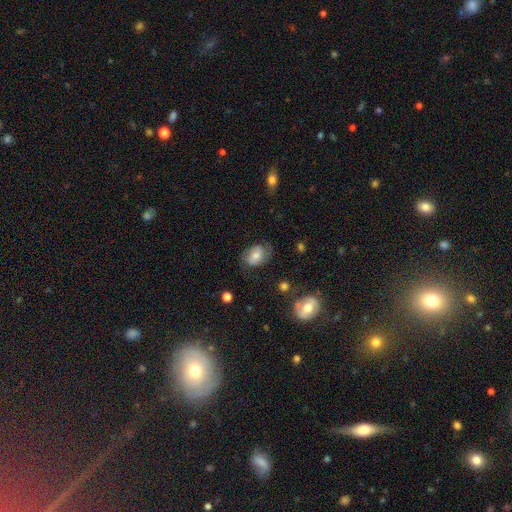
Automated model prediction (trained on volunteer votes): This appears to be a smooth galaxy with no disk features (61%) that is in between round and cigar-shaped (77%). Merging: none (65%).